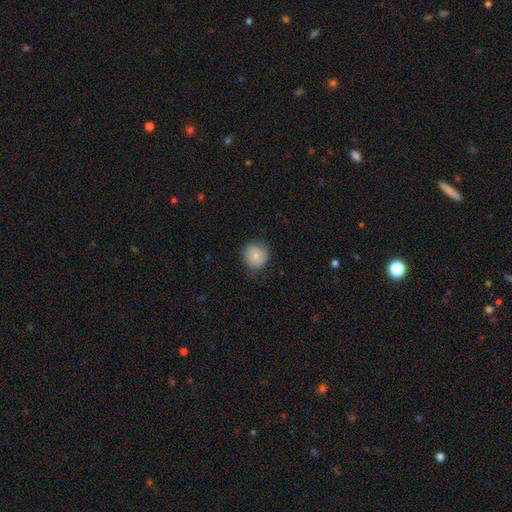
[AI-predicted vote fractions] Overall: smooth (83%). How rounded: round (90%). Merging: none (78%).